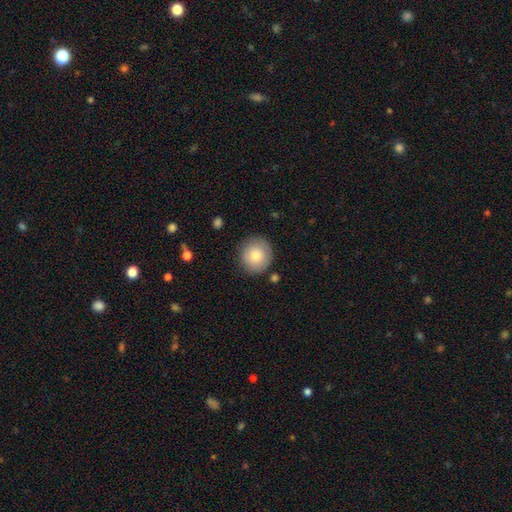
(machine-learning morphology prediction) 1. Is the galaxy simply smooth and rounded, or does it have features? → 81% smooth, 12% featured or disk, 8% star or artifact.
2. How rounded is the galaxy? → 91% round, 8% in between, 1% cigar-shaped.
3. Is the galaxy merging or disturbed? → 85% none, 11% minor disturbance, 3% major disturbance, 2% merger.